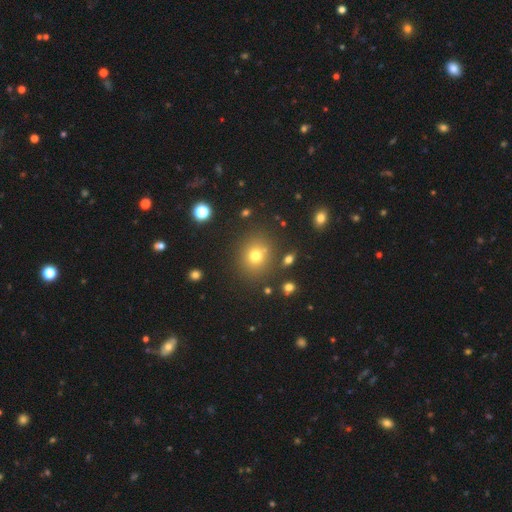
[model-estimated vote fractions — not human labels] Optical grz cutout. It shows a smooth galaxy with no disk features (73%) that is round (79%). Merging: none (81%).